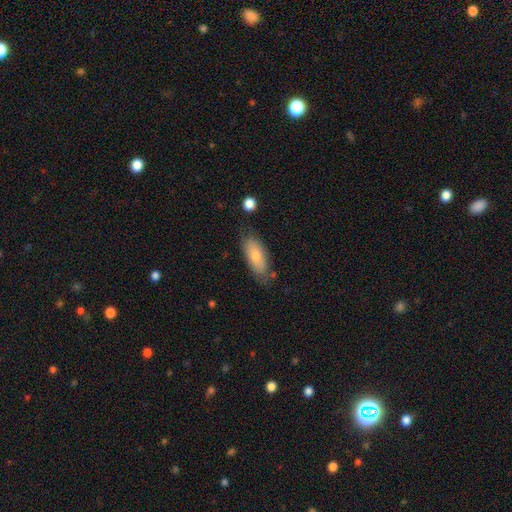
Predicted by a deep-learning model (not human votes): smooth_or_featured: smooth (p=0.76) [alt: featured or disk p=0.17]
how_rounded: in between (p=0.80) [alt: cigar-shaped p=0.17]
merging: none (p=0.69) [alt: minor disturbance p=0.22]